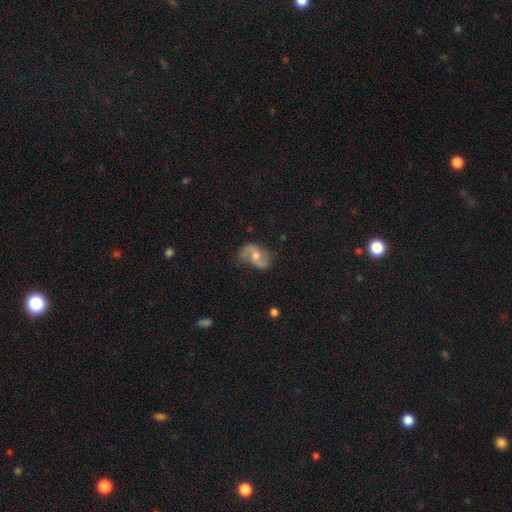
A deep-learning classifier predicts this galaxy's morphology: Smooth or featured: featured or disk — 75% (smooth — 17%)
Edge-on disk: no — 97% (yes — 3%)
Bar: no — 50% (weak — 39%)
Spiral arms: yes — 92% (no — 8%)
Spiral winding: loose — 58% (medium — 32%)
Spiral arm count: 2 — 90% (can't tell — 4%)
Bulge size: moderate — 66% (small — 27%)
Merging: none — 71% (minor disturbance — 20%)